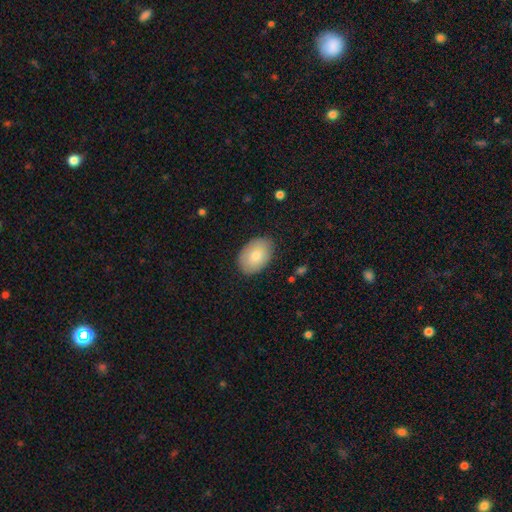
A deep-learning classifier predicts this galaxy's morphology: This is clearly a smooth galaxy (80%). How rounded: clearly in between (87%). Merging: clearly none (84%).